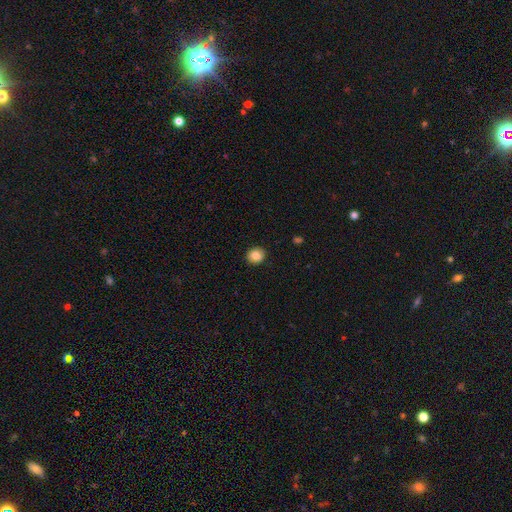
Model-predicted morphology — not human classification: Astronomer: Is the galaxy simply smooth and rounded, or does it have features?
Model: smooth — 84%.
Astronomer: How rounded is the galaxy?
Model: round — 79%.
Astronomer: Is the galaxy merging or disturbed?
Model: none — 91%.